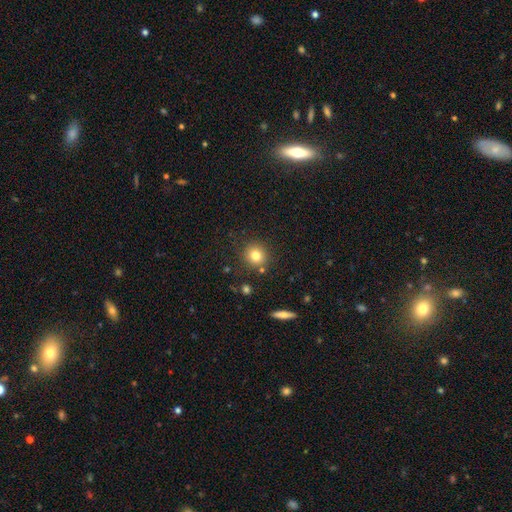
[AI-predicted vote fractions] Overall: smooth (80%). How rounded: round (90%). Merging: none (84%).